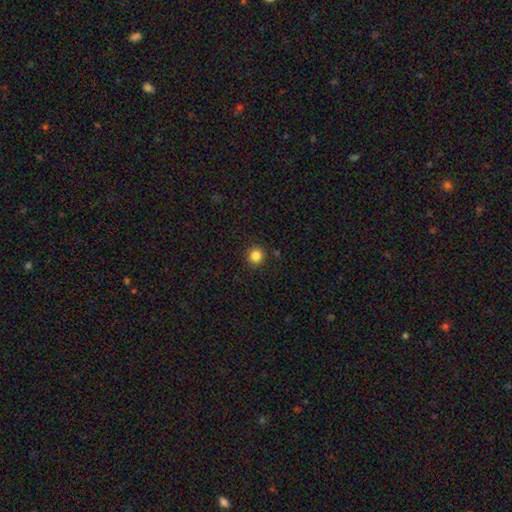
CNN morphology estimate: Smooth or featured? smooth (84%)
How rounded? round (94%)
Merging? none (91%)